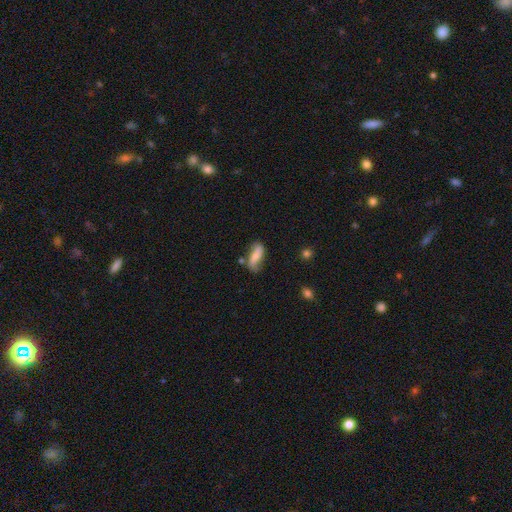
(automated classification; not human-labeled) Morphology: type=smooth (56%); roundness=in between (65%); merging=none (61%).